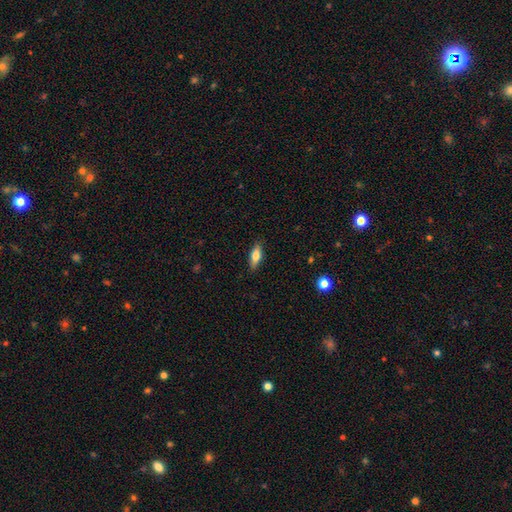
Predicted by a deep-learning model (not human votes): The model was most divided on "how rounded": in between: 69%, cigar-shaped: 28%, round: 3%. More confident: merging — none (87%); smooth or featured — smooth (74%).